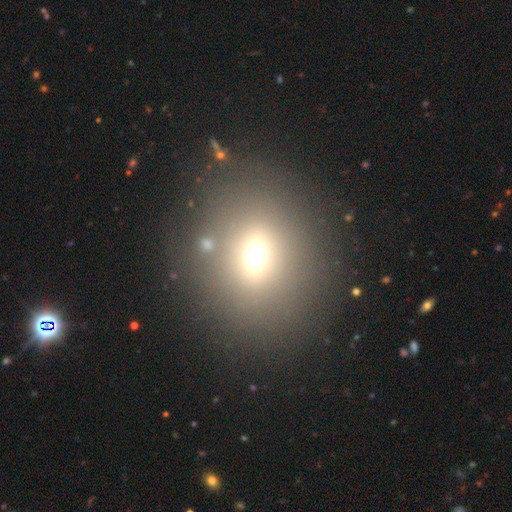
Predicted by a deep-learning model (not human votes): Morphology: type=smooth (65%); roundness=round (71%); merging=none (79%).